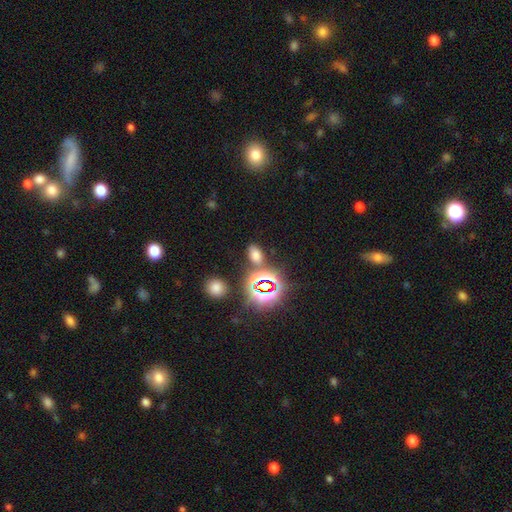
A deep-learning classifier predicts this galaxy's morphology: A smooth galaxy with no disk features (61%) that is in between round and cigar-shaped (85%).

Vote fractions:
- Smooth or featured? smooth: 61% / star or artifact: 32% / featured or disk: 7%
- How rounded? in between: 85% / round: 13% / cigar-shaped: 3%
- Merging? none: 78% / minor disturbance: 10% / merger: 8% / major disturbance: 4%